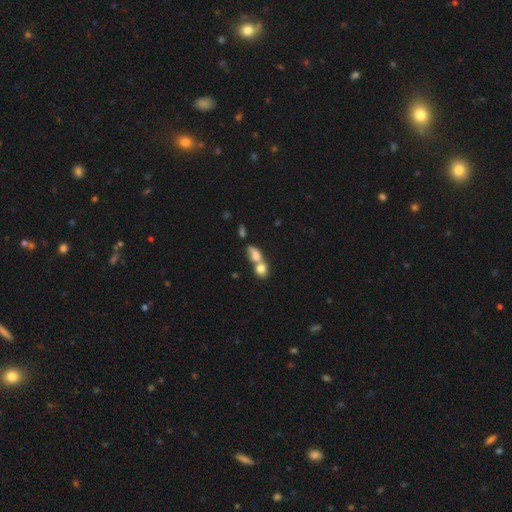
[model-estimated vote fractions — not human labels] Overall: smooth (75%). How rounded: in between (60%; round 31%). Merging: merger (67%).